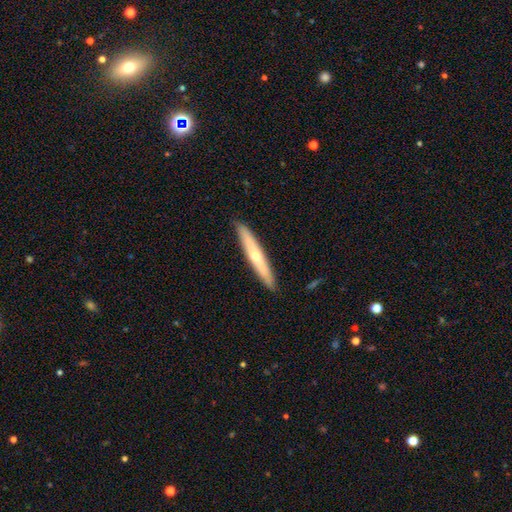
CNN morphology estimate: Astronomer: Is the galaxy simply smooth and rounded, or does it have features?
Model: featured or disk — 48% (runner-up: smooth, 46%).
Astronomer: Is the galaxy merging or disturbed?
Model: none — 90%.